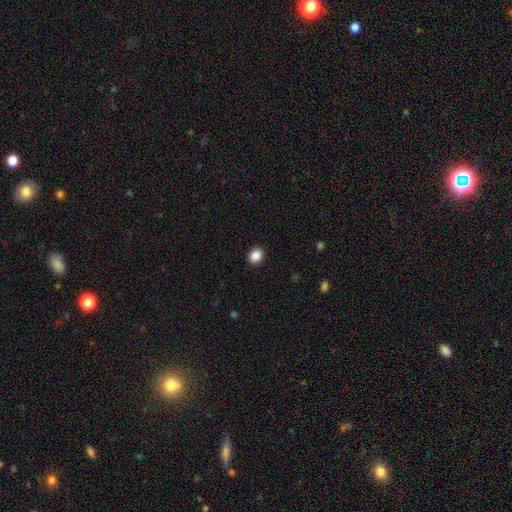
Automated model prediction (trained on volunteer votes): Overall: smooth (88%). How rounded: round (61%; in between 39%). Merging: none (91%).